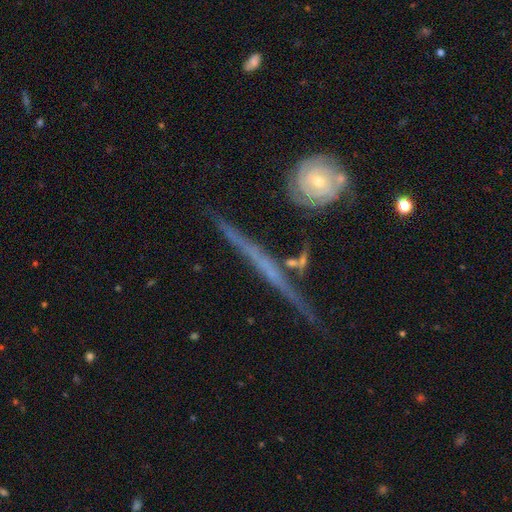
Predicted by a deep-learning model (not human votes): smooth-or-featured: featured or disk: 77% | smooth: 15% | star or artifact: 8%
  disk-edge-on: yes: 90% | no: 10%
    edge-on-bulge: none: 75% | rounded: 16% | boxy: 9%
  merging: none: 72% | minor disturbance: 17% | major disturbance: 6% | merger: 5%